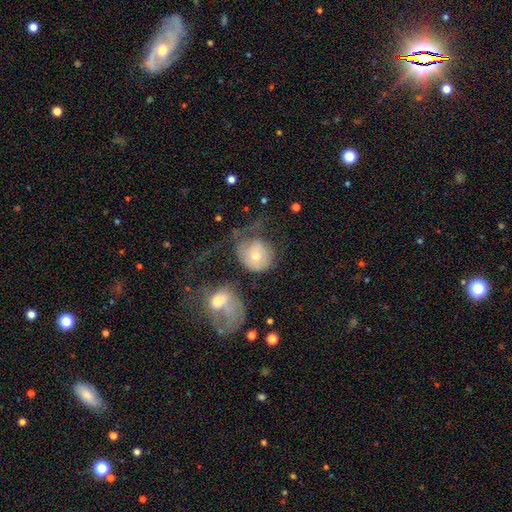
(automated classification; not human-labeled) Smooth or featured?
  - smooth: 58% *
  - featured or disk: 34%
  - star or artifact: 8%
How rounded?
  - round: 77% *
  - in between: 22%
  - cigar-shaped: 1%
Merging?
  - major disturbance: 34% *
  - none: 28%
  - merger: 22%
  - minor disturbance: 17%